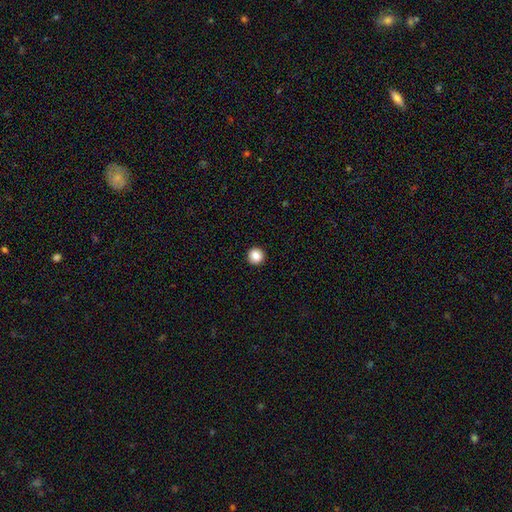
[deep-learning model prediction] This appears to be a smooth galaxy with no disk features (86%) that is round (95%). Merging: none (94%).